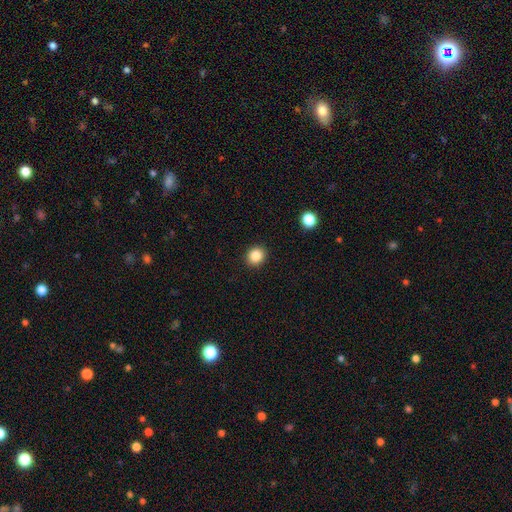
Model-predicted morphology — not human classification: smooth 86%, star or artifact 10%, featured or disk 4%. Down the decision tree: how rounded — round (83%); merging — none (92%).